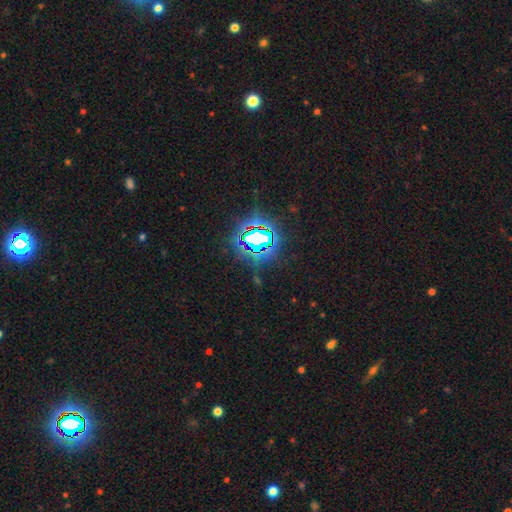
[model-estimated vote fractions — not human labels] A star or artifact, not a galaxy (82%).